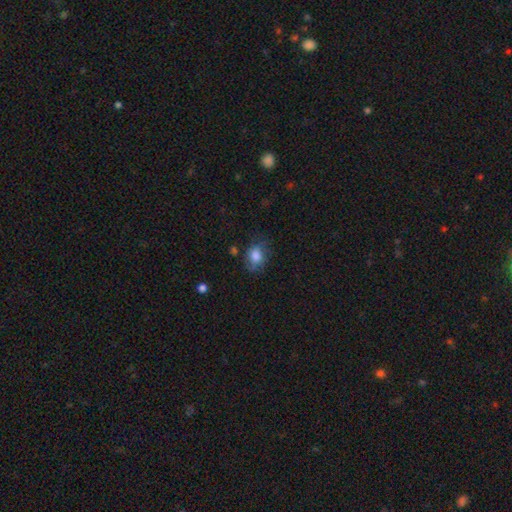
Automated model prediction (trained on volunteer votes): This appears to be a smooth galaxy with no disk features (76%) that is in between round and cigar-shaped (60%). Merging: none (57%).